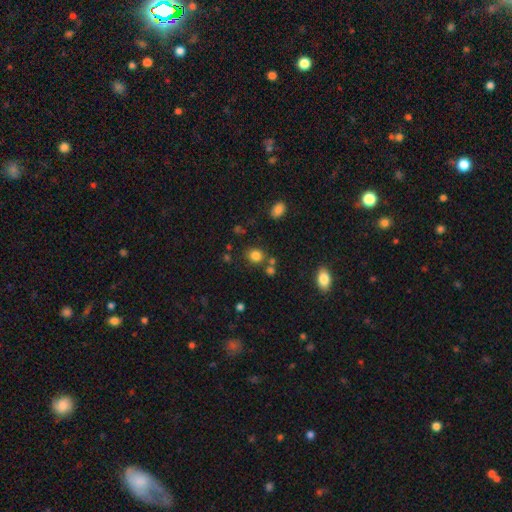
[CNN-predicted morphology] type=smooth (81%); roundness=round (78%); merging=none (76%).